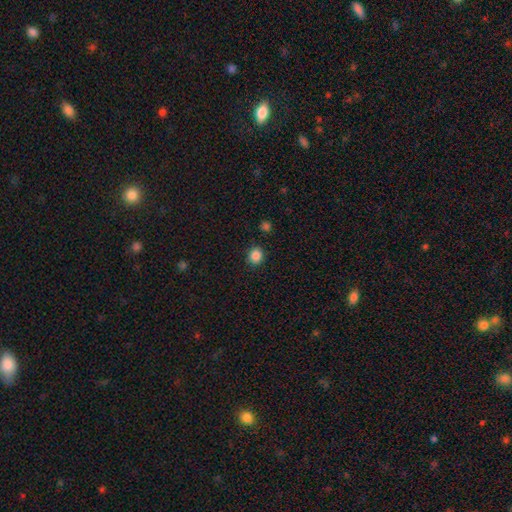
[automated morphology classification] This is clearly a smooth galaxy (86%). How rounded: likely round (79%). Merging: clearly none (88%).